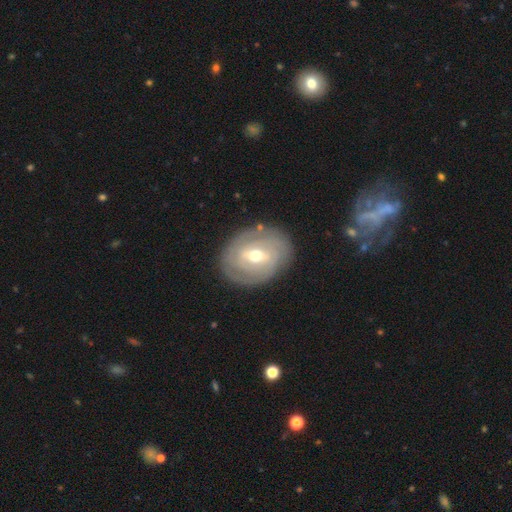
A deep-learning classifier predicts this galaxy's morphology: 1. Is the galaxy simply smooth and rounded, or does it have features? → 74% featured or disk, 21% smooth, 6% star or artifact.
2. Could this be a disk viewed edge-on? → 95% no, 5% yes.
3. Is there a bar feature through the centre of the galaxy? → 51% weak, 27% strong, 21% no.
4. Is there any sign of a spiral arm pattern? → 75% yes, 25% no.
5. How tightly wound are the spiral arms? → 72% tight, 20% medium, 8% loose.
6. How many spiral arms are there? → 43% can't tell, 34% 2, 11% 3, 5% 4, 4% 1, 3% more than 4.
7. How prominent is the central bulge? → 64% moderate, 31% small, 3% large, 1% dominant, 1% none.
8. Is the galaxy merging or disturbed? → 82% none, 13% minor disturbance, 4% major disturbance, 2% merger.